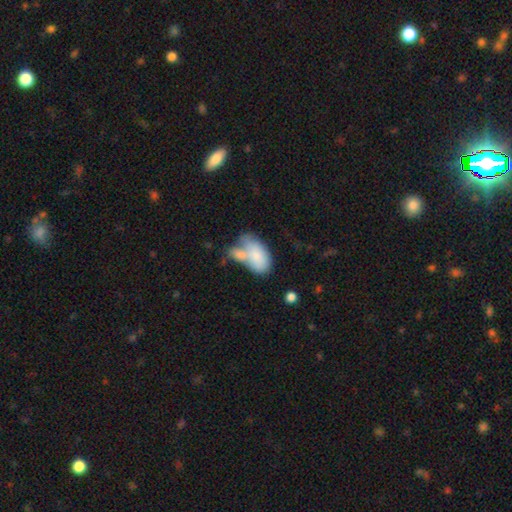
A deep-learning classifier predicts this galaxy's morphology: The model was most divided on "merging": merger: 56%, none: 21%, minor disturbance: 14%, major disturbance: 10%. More confident: how rounded — in between (93%); smooth or featured — smooth (76%).